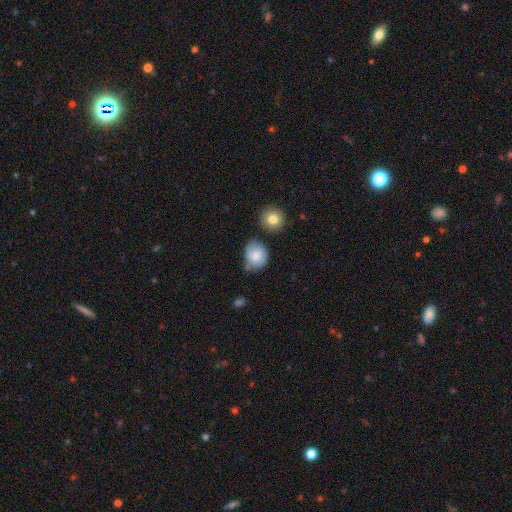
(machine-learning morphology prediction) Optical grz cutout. It shows a smooth galaxy with no disk features (76%) that is round (64%). Merging: none (49%).